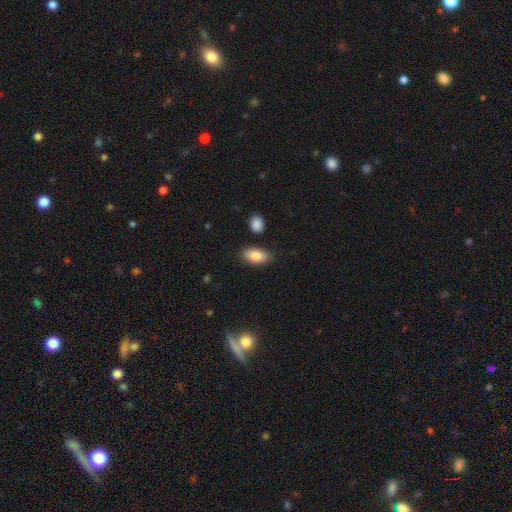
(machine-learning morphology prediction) A smooth galaxy with no disk features (84%) that is in between round and cigar-shaped (90%). Merging: none (85%).